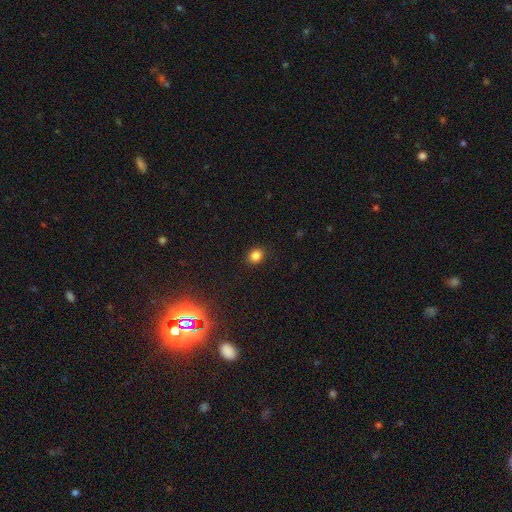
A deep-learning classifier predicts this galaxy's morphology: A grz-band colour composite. It shows a smooth galaxy with no disk features (84%) that is round (71%). Merging: none (90%).